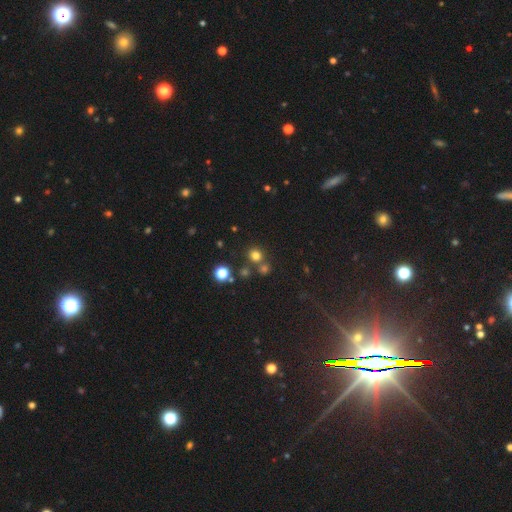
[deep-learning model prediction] This is likely a smooth galaxy (72%). How rounded: clearly round (89%). Merging: likely none (72%).